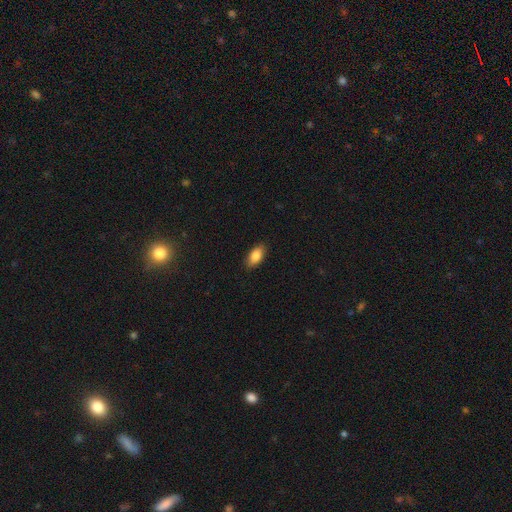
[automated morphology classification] Smooth or featured?
  - smooth: 86% *
  - featured or disk: 8%
  - star or artifact: 7%
How rounded?
  - in between: 90% *
  - cigar-shaped: 6%
  - round: 4%
Merging?
  - none: 87% *
  - minor disturbance: 10%
  - major disturbance: 2%
  - merger: 1%